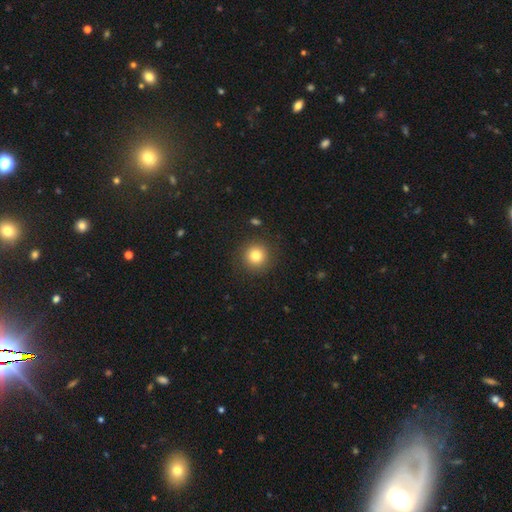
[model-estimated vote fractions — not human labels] This appears to be a smooth galaxy with no disk features (80%) that is round (94%). Merging: none (89%).